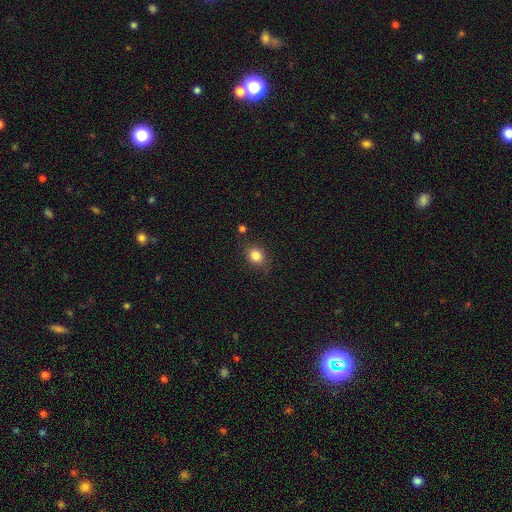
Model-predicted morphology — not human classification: Smooth or featured?
  - smooth: 83% *
  - star or artifact: 11%
  - featured or disk: 6%
How rounded?
  - round: 56% *
  - in between: 43%
  - cigar-shaped: 1%
Merging?
  - none: 80% *
  - minor disturbance: 14%
  - major disturbance: 4%
  - merger: 3%